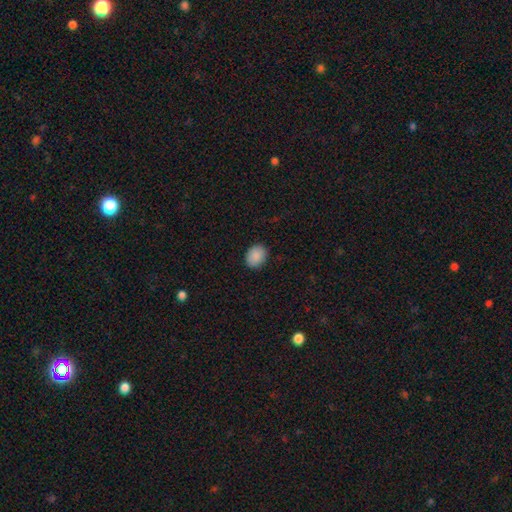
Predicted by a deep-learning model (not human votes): Smooth or featured: smooth — 89% (star or artifact — 7%)
How rounded: in between — 59% (round — 40%)
Merging: none — 88% (minor disturbance — 9%)